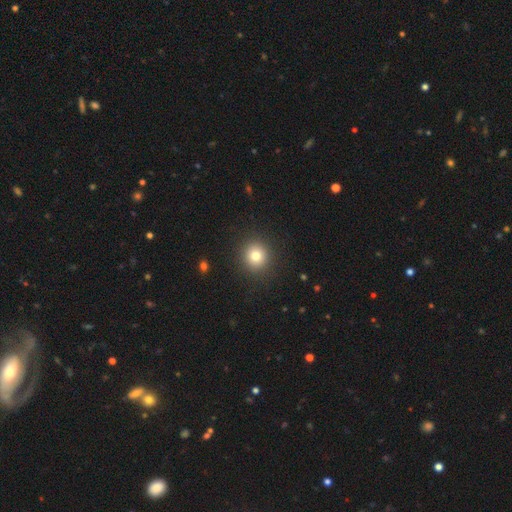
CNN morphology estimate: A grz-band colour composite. It shows a smooth galaxy with no disk features (80%) that is round (92%). Merging: none (91%).